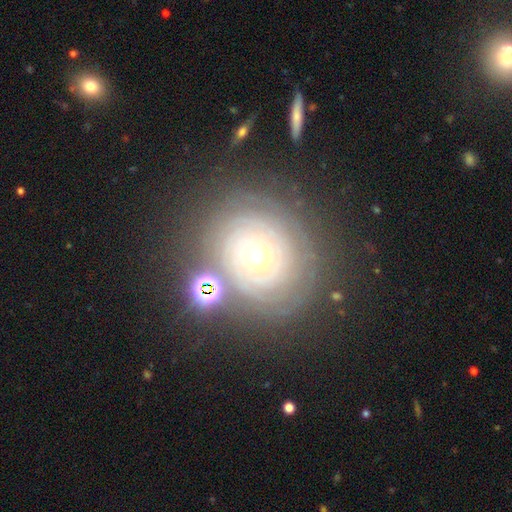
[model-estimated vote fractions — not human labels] Smooth or featured?
  - featured or disk: 69% *
  - smooth: 20%
  - star or artifact: 12%
Edge-on disk?
  - no: 96% *
  - yes: 4%
Bar?
  - no: 85% *
  - weak: 11%
  - strong: 4%
Spiral arms?
  - yes: 81% *
  - no: 19%
Spiral winding?
  - tight: 85% *
  - medium: 11%
  - loose: 4%
Spiral arm count?
  - can't tell: 49% *
  - 2: 14%
  - 3: 11%
  - more than 4: 10%
  - 4: 9%
  - 1: 6%
Bulge size?
  - moderate: 51% *
  - small: 42%
  - large: 5%
  - dominant: 1%
  - none: 1%
Merging?
  - none: 75% *
  - minor disturbance: 13%
  - major disturbance: 7%
  - merger: 5%